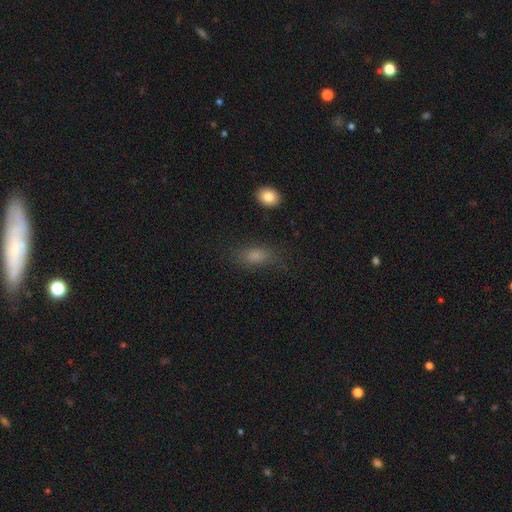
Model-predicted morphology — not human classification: A smooth galaxy with no disk features (75%) that is in between round and cigar-shaped (82%).

Vote fractions:
- Smooth or featured? smooth: 75% / star or artifact: 13% / featured or disk: 12%
- How rounded? in between: 82% / cigar-shaped: 10% / round: 9%
- Merging? none: 71% / minor disturbance: 18% / major disturbance: 9% / merger: 2%